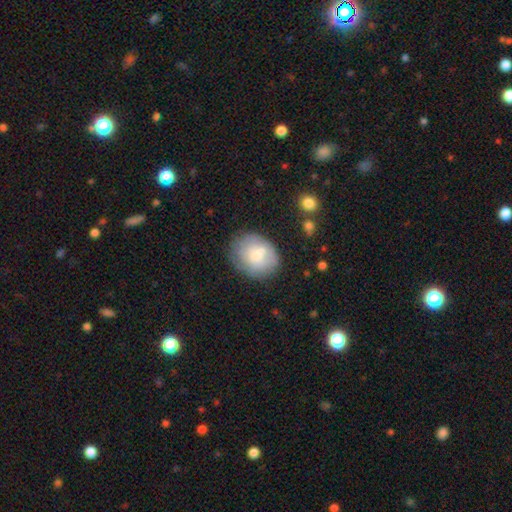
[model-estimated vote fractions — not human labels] smooth-or-featured: smooth: 69% | featured or disk: 23% | star or artifact: 8%
  how-rounded: round: 51% | in between: 48% | cigar-shaped: 1%
  merging: none: 64% | minor disturbance: 21% | merger: 8% | major disturbance: 7%